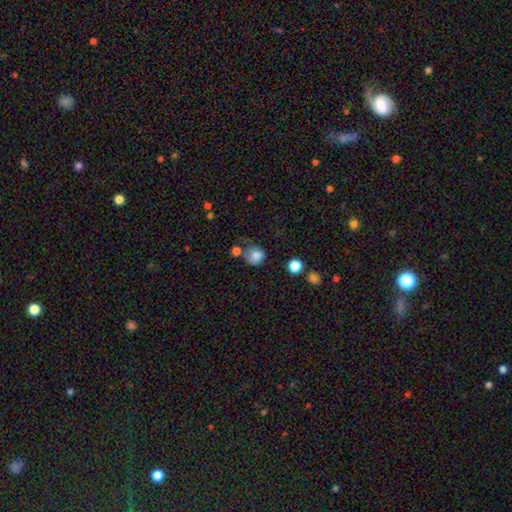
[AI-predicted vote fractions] This is likely a smooth galaxy (79%). How rounded: clearly round (83%). Merging: possibly none (53%).